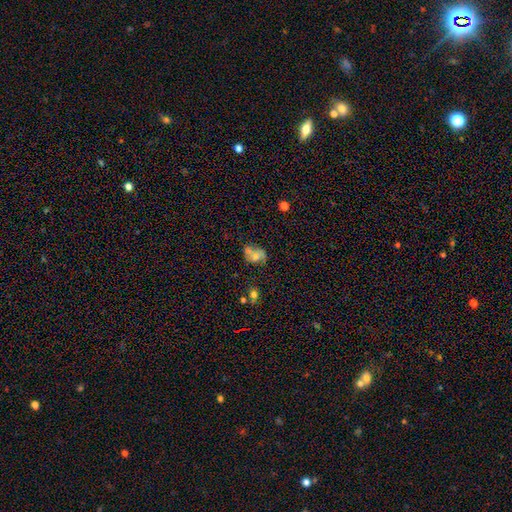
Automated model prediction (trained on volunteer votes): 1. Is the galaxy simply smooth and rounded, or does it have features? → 59% smooth, 29% featured or disk, 12% star or artifact.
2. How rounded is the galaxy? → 58% in between, 41% round, 1% cigar-shaped.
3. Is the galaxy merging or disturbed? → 38% none, 36% merger, 18% minor disturbance, 8% major disturbance.